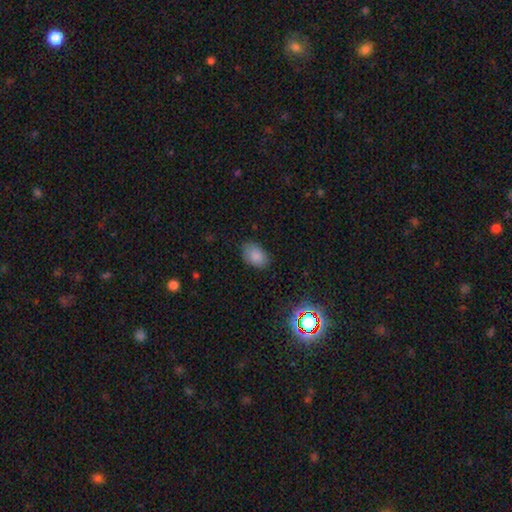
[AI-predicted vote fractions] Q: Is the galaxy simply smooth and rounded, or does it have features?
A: smooth — 84%.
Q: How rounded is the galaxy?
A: in between — 86%.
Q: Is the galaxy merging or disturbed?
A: none — 80%.